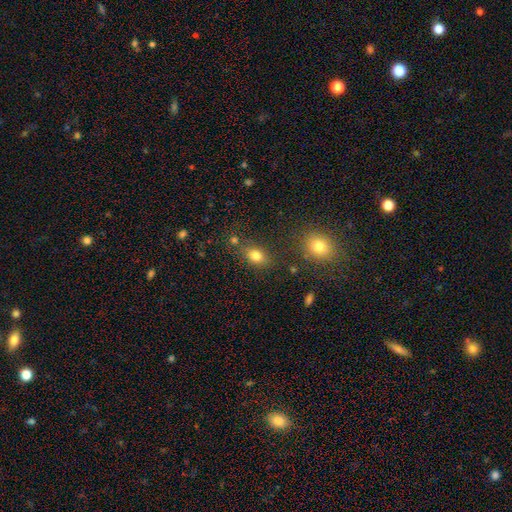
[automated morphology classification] Q: Smooth or featured?
A: smooth (81%); runner-up: star or artifact (12%)
Q: How rounded?
A: in between (71%); runner-up: round (27%)
Q: Merging?
A: none (75%); runner-up: minor disturbance (13%)